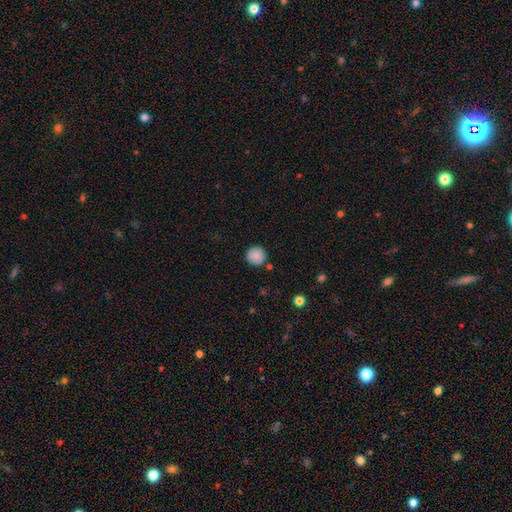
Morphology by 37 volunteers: A smooth galaxy with no disk features (86%) that is round (94%).

Vote fractions:
- Smooth or featured? smooth: 86% / featured or disk: 8% / star or artifact: 5%
- How rounded? round: 94% / in between: 6% / cigar-shaped: 0%
- Merging? none: 71% / minor disturbance: 17% / major disturbance: 6% / merger: 6%